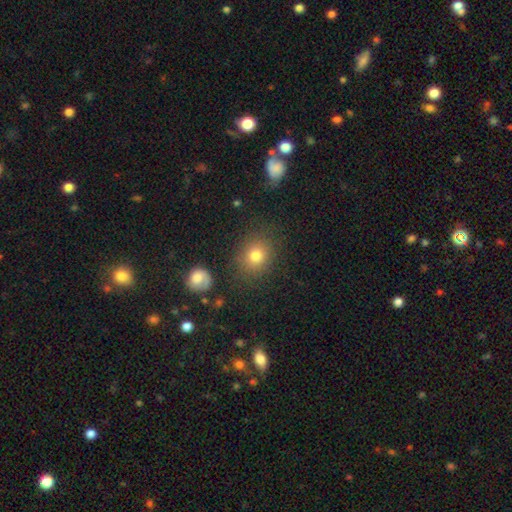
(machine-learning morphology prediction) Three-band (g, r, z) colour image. It shows a smooth galaxy with no disk features (78%) that is round (72%). Merging: none (81%).